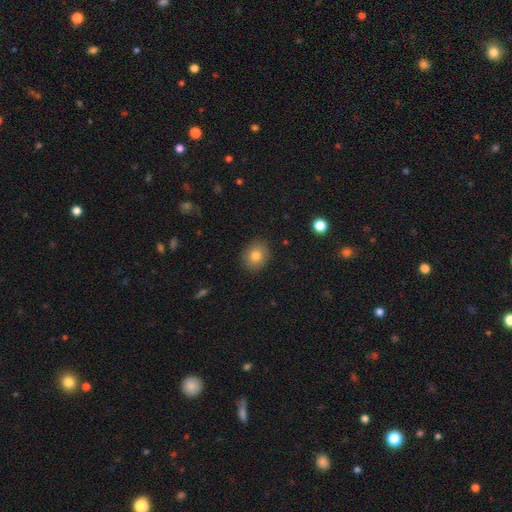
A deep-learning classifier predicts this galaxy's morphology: Smooth or featured: smooth — 81% (star or artifact — 10%)
How rounded: round — 68% (in between — 31%)
Merging: none — 88% (minor disturbance — 9%)